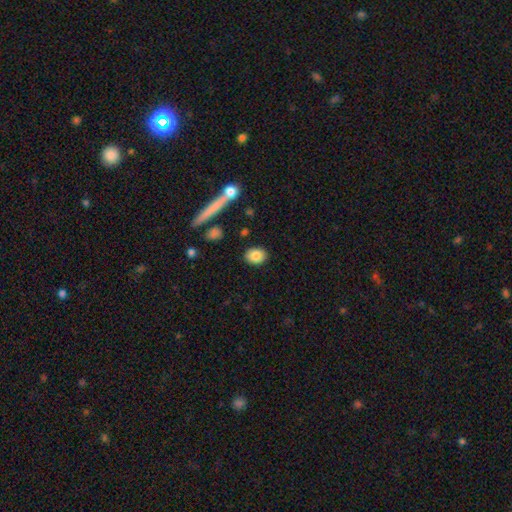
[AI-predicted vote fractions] smooth-or-featured: smooth: 84% | star or artifact: 8% | featured or disk: 8%
  how-rounded: in between: 51% | round: 47% | cigar-shaped: 2%
  merging: none: 88% | minor disturbance: 8% | merger: 2% | major disturbance: 2%